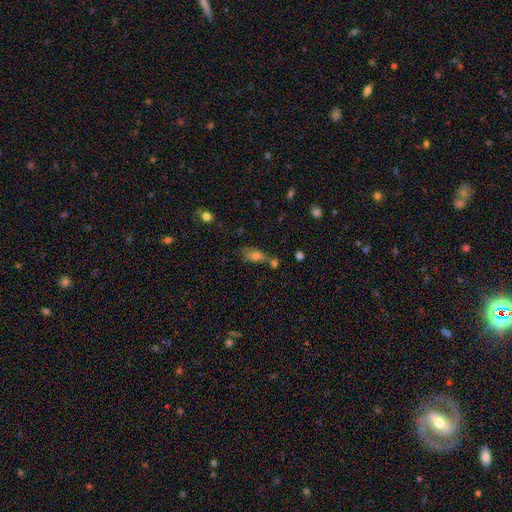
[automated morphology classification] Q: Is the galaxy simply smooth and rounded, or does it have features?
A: smooth — 68%.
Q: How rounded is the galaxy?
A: in between — 80%.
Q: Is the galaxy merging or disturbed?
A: none — 37%.